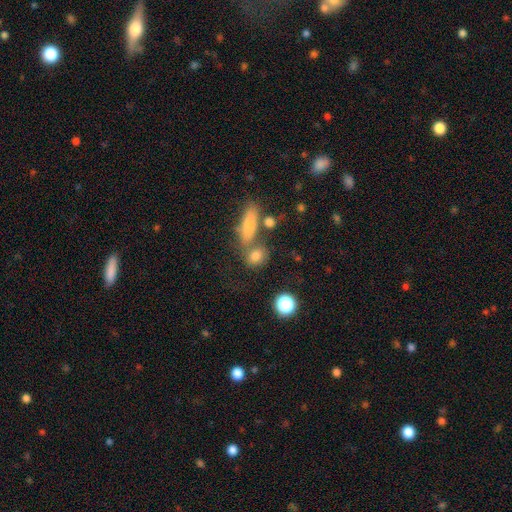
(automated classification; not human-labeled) Smooth or featured: smooth — 77% (star or artifact — 13%)
How rounded: round — 50% (in between — 42%)
Merging: none — 56% (merger — 26%)